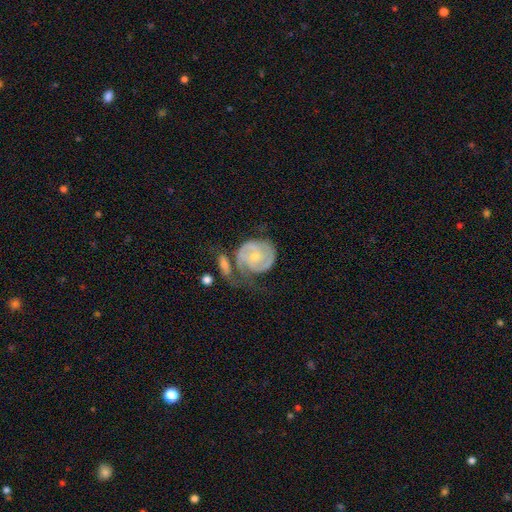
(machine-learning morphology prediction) A featured or disk galaxy (77%) with no bar (67%), 2 (56%) tight (55%) spiral arms (91%) and a small central bulge (62%).

Vote fractions:
- Smooth or featured? featured or disk: 77% / smooth: 18% / star or artifact: 5%
- Edge-on disk? no: 98% / yes: 2%
- Bar? no: 67% / weak: 28% / strong: 6%
- Spiral arms? yes: 91% / no: 9%
- Spiral winding? tight: 55% / medium: 32% / loose: 12%
- Spiral arm count? 2: 56% / can't tell: 19% / 1: 12% / 3: 8% / 4: 2% / more than 4: 2%
- Bulge size? small: 62% / moderate: 32% / none: 3% / large: 2% / dominant: 1%
- Merging? none: 34% / major disturbance: 27% / minor disturbance: 22% / merger: 17%